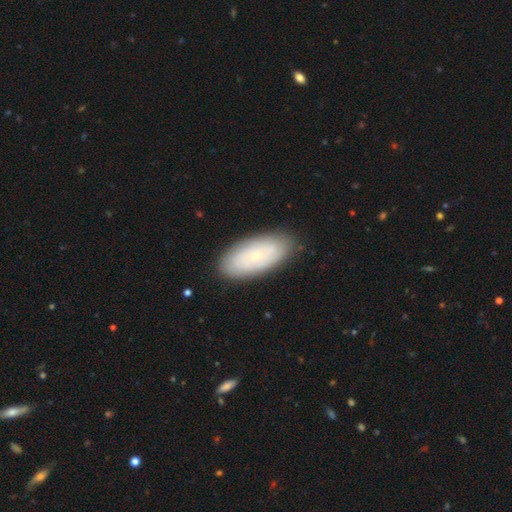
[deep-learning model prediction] Smooth or featured?
  - smooth: 52% *
  - featured or disk: 41%
  - star or artifact: 7%
How rounded?
  - in between: 90% *
  - cigar-shaped: 8%
  - round: 3%
Merging?
  - none: 85% *
  - minor disturbance: 11%
  - major disturbance: 2%
  - merger: 1%